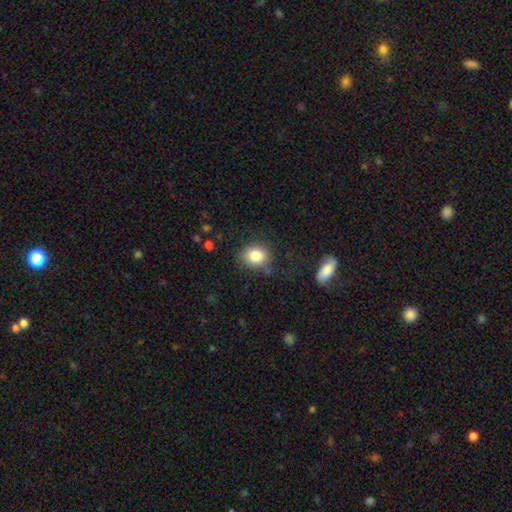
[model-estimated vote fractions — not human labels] Smooth or featured? Predicted: smooth (p=0.82). How rounded? Predicted: round (p=0.67). Merging? Predicted: none (p=0.81).